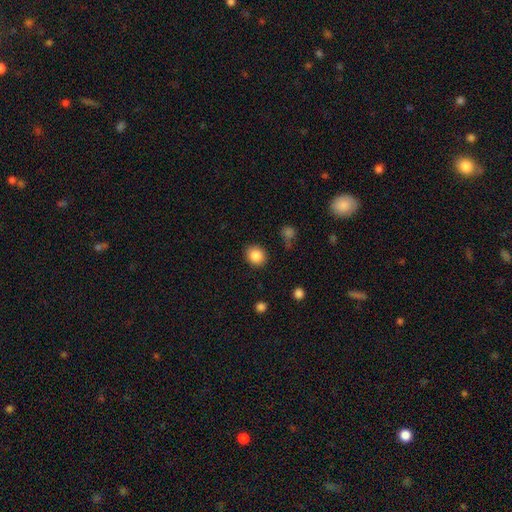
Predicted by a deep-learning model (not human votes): Q: Smooth or featured?
A: smooth (85%); runner-up: star or artifact (9%)
Q: How rounded?
A: round (77%); runner-up: in between (22%)
Q: Merging?
A: none (86%); runner-up: minor disturbance (9%)